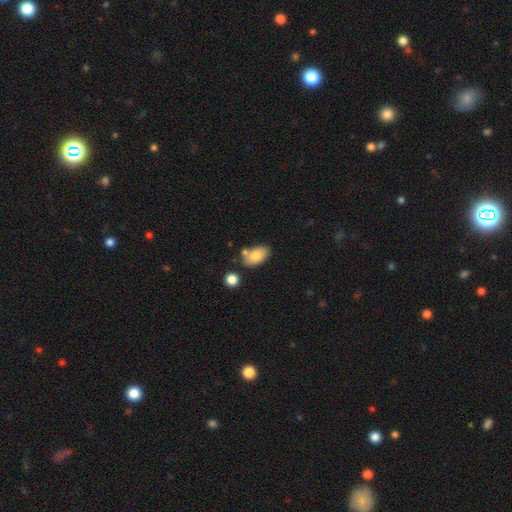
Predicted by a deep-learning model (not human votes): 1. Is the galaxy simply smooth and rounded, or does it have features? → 80% smooth, 12% featured or disk, 7% star or artifact.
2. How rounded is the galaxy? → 92% in between, 6% round, 2% cigar-shaped.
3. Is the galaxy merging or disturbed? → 67% none, 16% minor disturbance, 13% merger, 4% major disturbance.